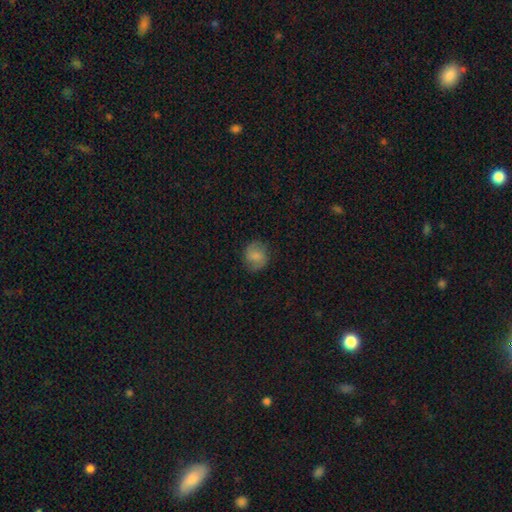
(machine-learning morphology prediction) Q: Smooth or featured?
A: smooth (65%); runner-up: featured or disk (25%)
Q: How rounded?
A: round (76%); runner-up: in between (23%)
Q: Merging?
A: none (79%); runner-up: minor disturbance (15%)